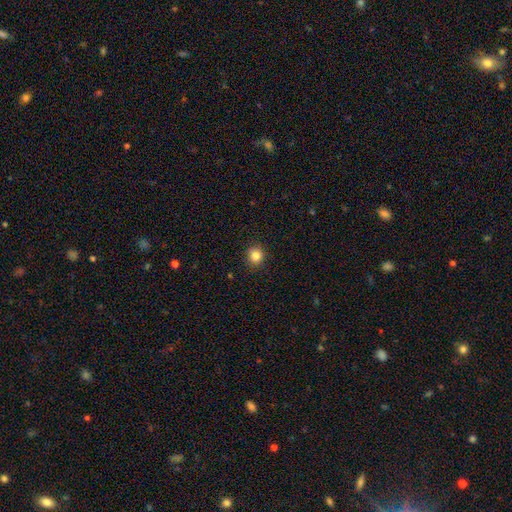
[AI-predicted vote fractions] smooth 84%, star or artifact 11%, featured or disk 4%. Down the decision tree: how rounded — round (90%); merging — none (91%).